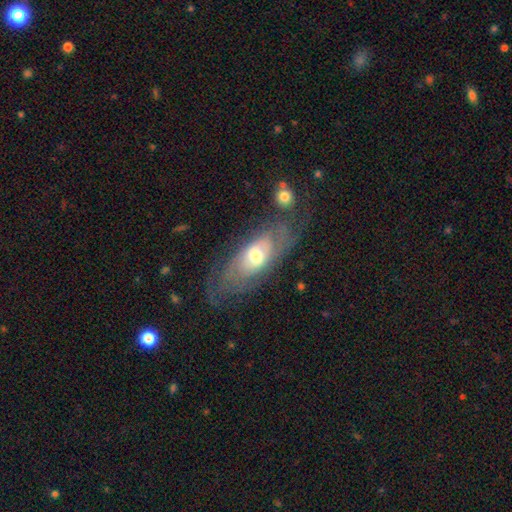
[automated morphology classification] Overall: featured or disk (67%). Edge-on disk: no (83%). Bar: no (70%). Spiral arms: yes (71%). Bulge size: moderate (68%). Merging: none (62%).